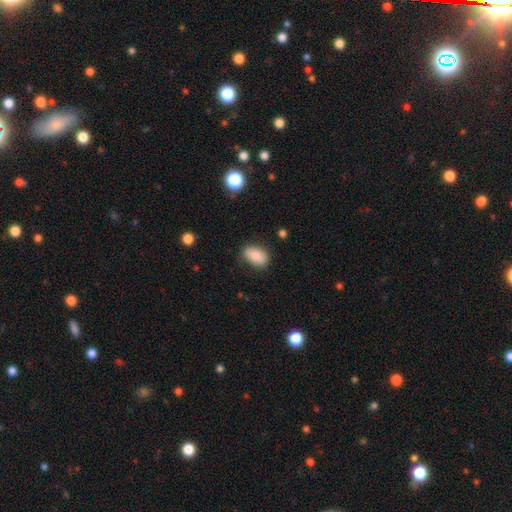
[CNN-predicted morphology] Overall: smooth (80%). How rounded: in between (87%). Merging: none (77%).